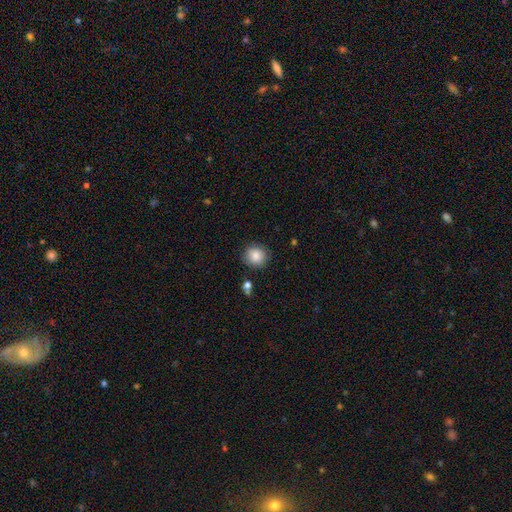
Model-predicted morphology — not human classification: Smooth or featured? smooth (85%)
How rounded? round (86%)
Merging? none (86%)